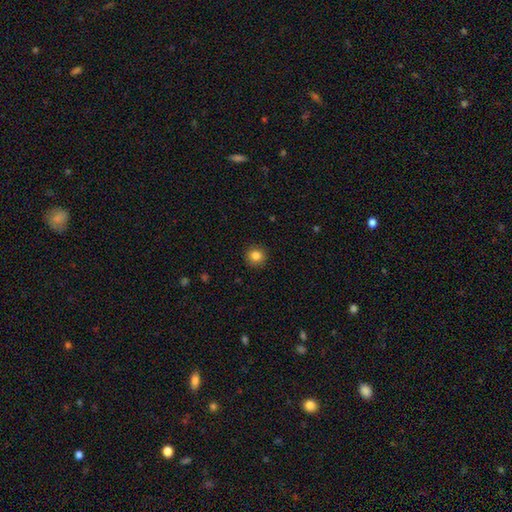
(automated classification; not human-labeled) This appears to be a smooth galaxy with no disk features (84%) that is round (92%). Merging: none (91%).